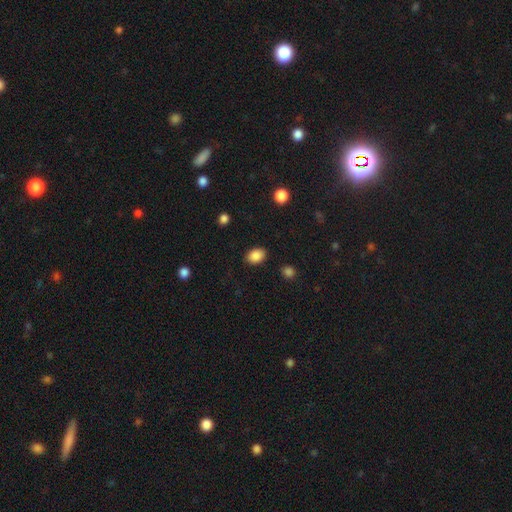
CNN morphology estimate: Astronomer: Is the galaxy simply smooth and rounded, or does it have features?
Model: smooth — 88%.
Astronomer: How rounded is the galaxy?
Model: in between — 76%.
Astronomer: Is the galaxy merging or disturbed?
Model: none — 87%.